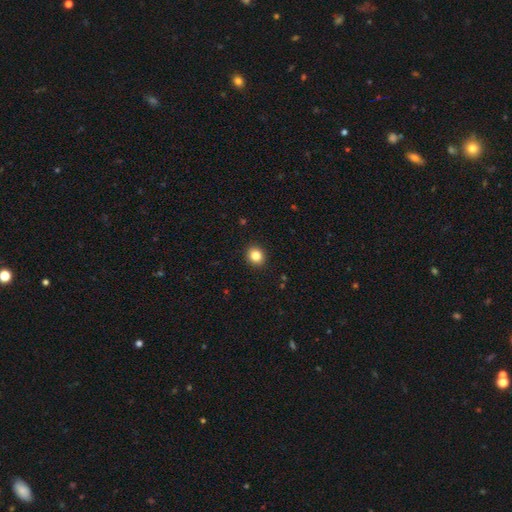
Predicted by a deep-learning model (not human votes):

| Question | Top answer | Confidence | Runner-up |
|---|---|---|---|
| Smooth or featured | smooth | 84% | star or artifact (10%) |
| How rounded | round | 73% | in between (26%) |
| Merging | none | 92% | minor disturbance (6%) |